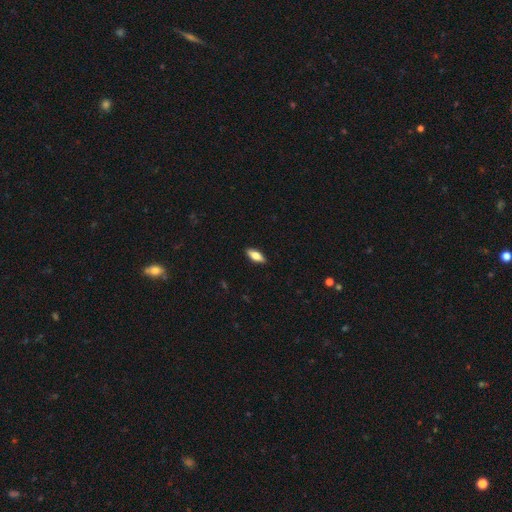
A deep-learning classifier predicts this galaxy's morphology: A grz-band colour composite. It shows a smooth galaxy with no disk features (70%) that is in between round and cigar-shaped (74%). Merging: none (89%).